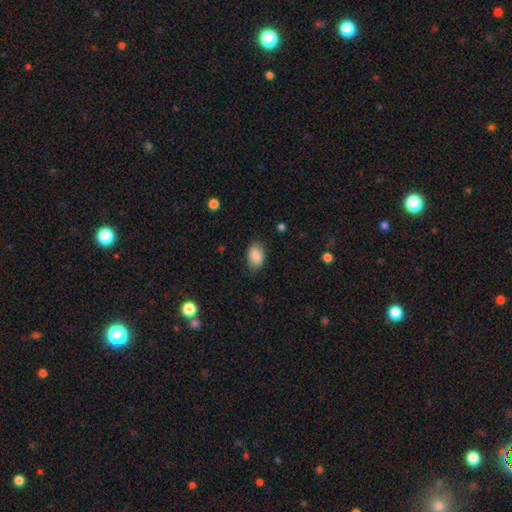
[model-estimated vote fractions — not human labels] Q: Smooth or featured?
A: smooth (88%); runner-up: star or artifact (7%)
Q: How rounded?
A: in between (87%); runner-up: round (11%)
Q: Merging?
A: none (81%); runner-up: minor disturbance (15%)